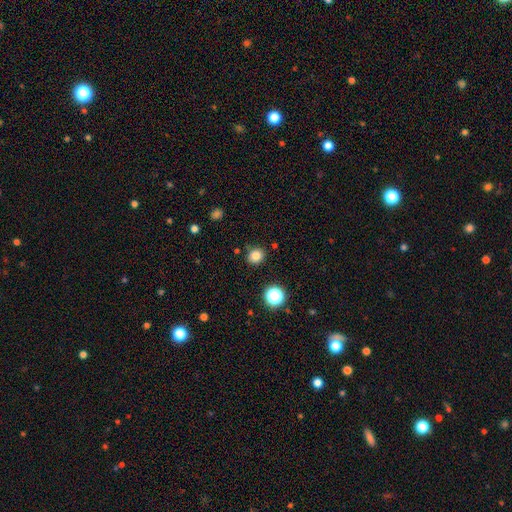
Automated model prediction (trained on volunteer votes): A smooth galaxy with no disk features (82%) that is round (78%).

Vote fractions:
- Smooth or featured? smooth: 82% / star or artifact: 13% / featured or disk: 5%
- How rounded? round: 78% / in between: 22% / cigar-shaped: 1%
- Merging? none: 84% / minor disturbance: 10% / merger: 3% / major disturbance: 3%